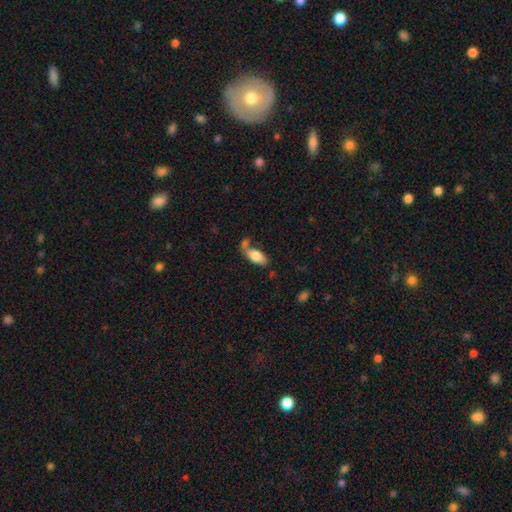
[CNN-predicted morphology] smooth_or_featured: smooth (p=0.77) [alt: featured or disk p=0.17]
how_rounded: in between (p=0.85) [alt: cigar-shaped p=0.13]
merging: none (p=0.45) [alt: merger p=0.29]